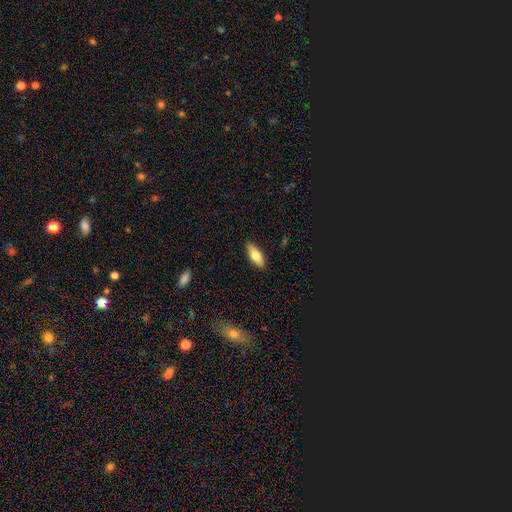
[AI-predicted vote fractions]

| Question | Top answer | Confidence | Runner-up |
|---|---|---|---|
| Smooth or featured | smooth | 71% | featured or disk (23%) |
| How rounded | in between | 71% | cigar-shaped (27%) |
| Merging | none | 88% | minor disturbance (9%) |